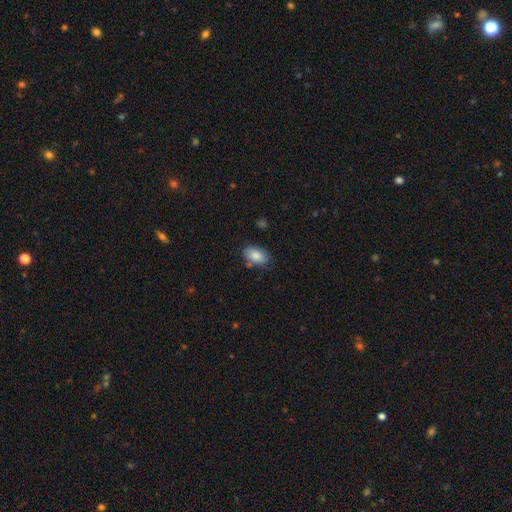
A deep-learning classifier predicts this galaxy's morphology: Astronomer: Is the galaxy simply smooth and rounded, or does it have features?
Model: smooth — 85%.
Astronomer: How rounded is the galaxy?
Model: in between — 90%.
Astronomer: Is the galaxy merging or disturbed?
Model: none — 74%.